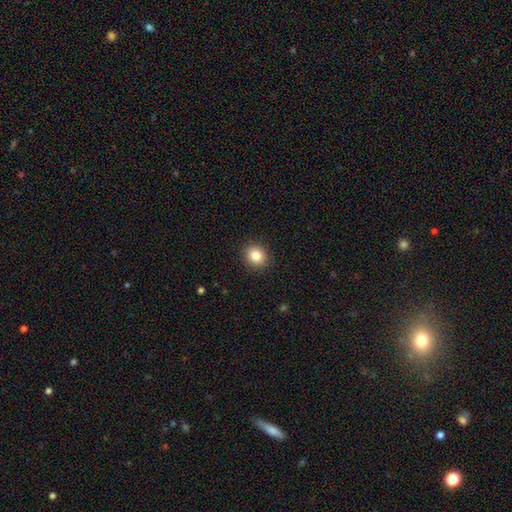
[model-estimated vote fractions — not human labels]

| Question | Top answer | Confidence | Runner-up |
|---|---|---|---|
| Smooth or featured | smooth | 84% | star or artifact (10%) |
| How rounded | round | 76% | in between (24%) |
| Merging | none | 90% | minor disturbance (7%) |